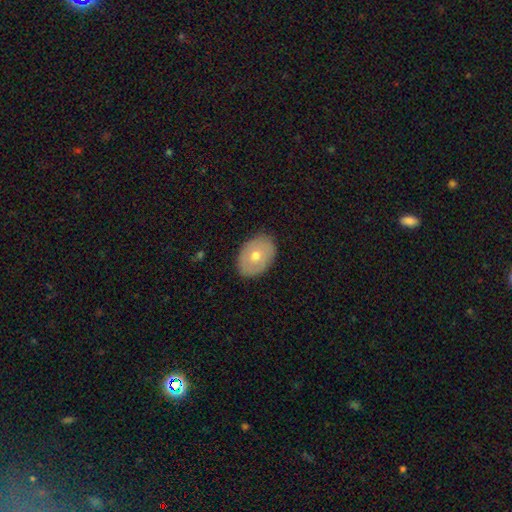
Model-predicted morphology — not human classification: smooth-or-featured: smooth: 61% | featured or disk: 33% | star or artifact: 7%
  how-rounded: in between: 78% | round: 21% | cigar-shaped: 1%
  merging: none: 87% | minor disturbance: 10% | major disturbance: 2% | merger: 1%